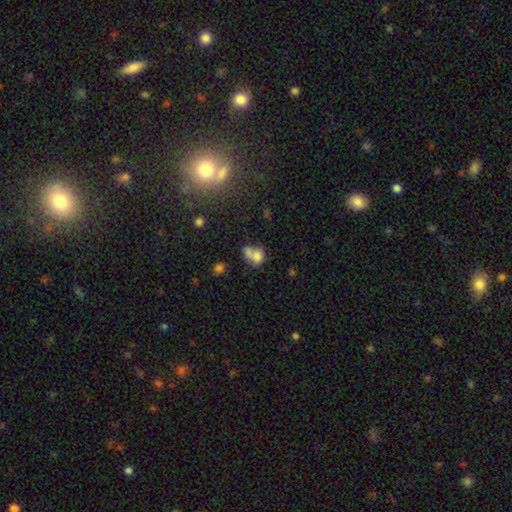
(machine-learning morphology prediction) Q: Smooth or featured?
A: smooth (71%); runner-up: featured or disk (17%)
Q: How rounded?
A: in between (56%); runner-up: round (42%)
Q: Merging?
A: merger (58%); runner-up: none (22%)